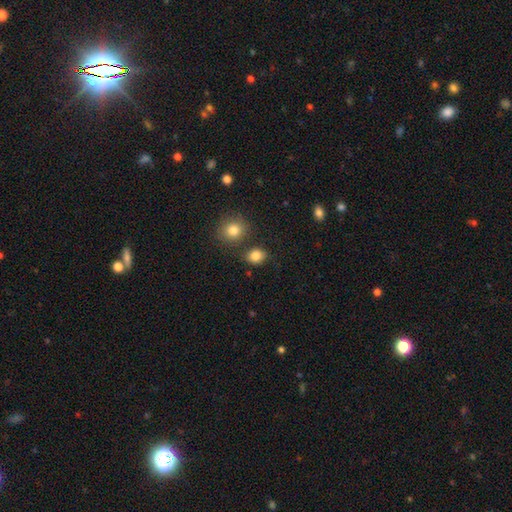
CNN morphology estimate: smooth_or_featured: smooth (p=0.84) [alt: star or artifact p=0.10]
how_rounded: round (p=0.52) [alt: in between p=0.47]
merging: none (p=0.76) [alt: minor disturbance p=0.12]